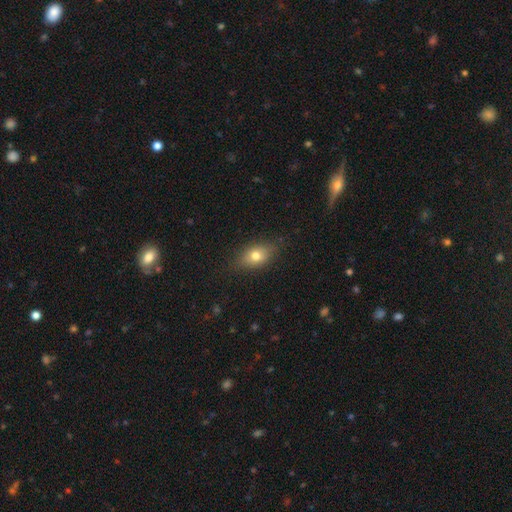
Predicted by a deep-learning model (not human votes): Overall: smooth (72%). How rounded: in between (77%). Merging: none (80%).